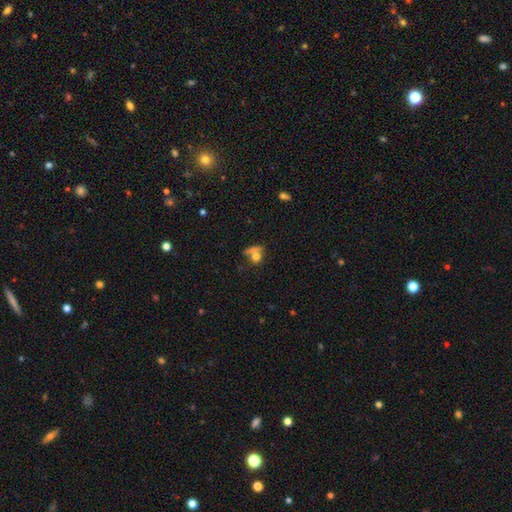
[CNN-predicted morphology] This is likely a smooth galaxy (68%). How rounded: likely round (68%). Merging: marginally none (40%).